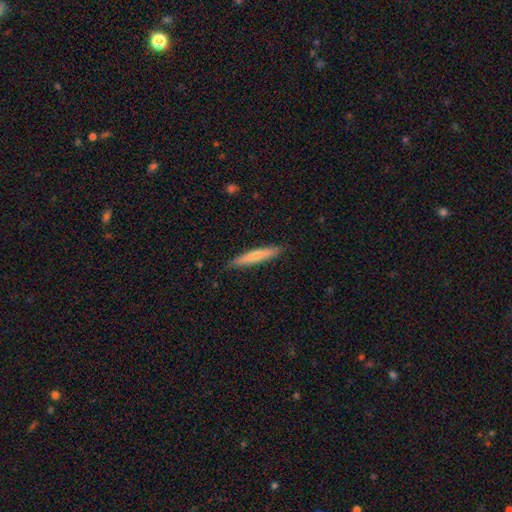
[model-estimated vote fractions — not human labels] smooth_or_featured: smooth (p=0.62) [alt: featured or disk p=0.32]
how_rounded: cigar-shaped (p=0.91) [alt: in between p=0.07]
merging: none (p=0.87) [alt: minor disturbance p=0.10]